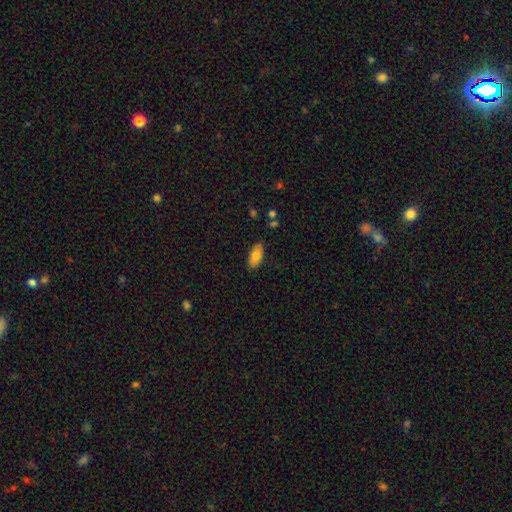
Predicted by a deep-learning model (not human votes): The model was most divided on "smooth or featured": smooth: 79%, featured or disk: 14%, star or artifact: 7%. More confident: how rounded — in between (90%); merging — none (86%).